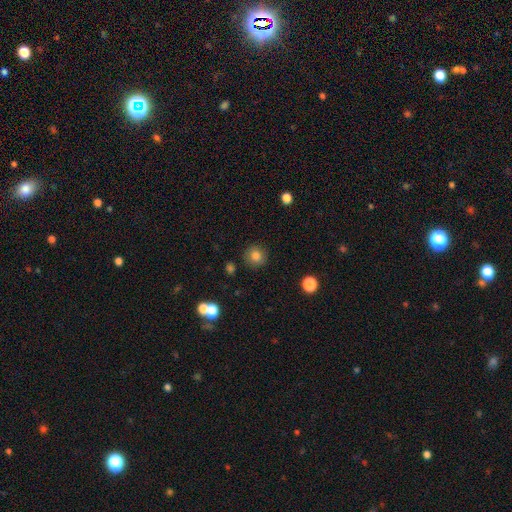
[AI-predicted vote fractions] This appears to be a smooth galaxy with no disk features (81%) that is round (91%). Merging: none (88%).